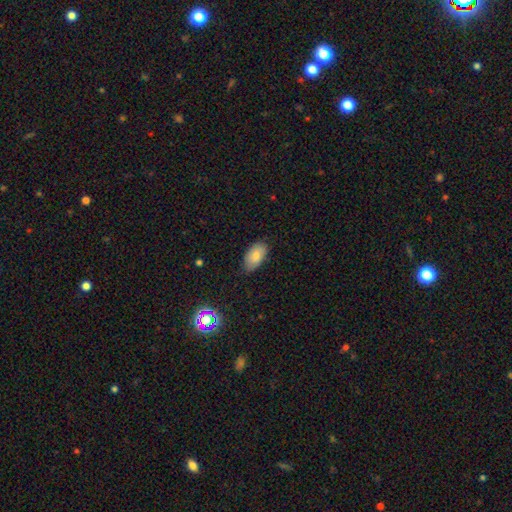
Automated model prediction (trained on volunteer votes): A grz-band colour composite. It shows a smooth galaxy with no disk features (81%) that is in between round and cigar-shaped (94%). Merging: none (77%).